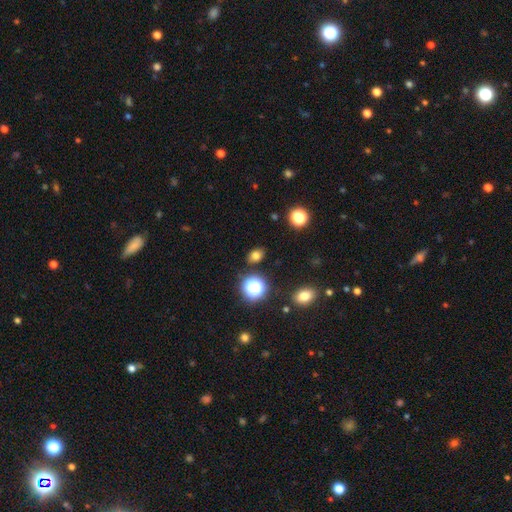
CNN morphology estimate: smooth 74%, star or artifact 19%, featured or disk 7%. Down the decision tree: how rounded — in between (64%); merging — none (85%).